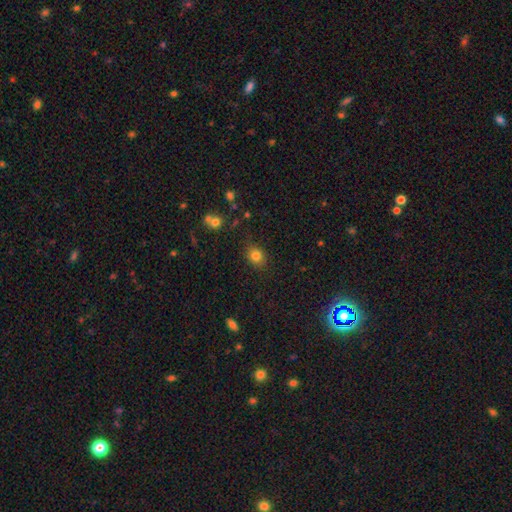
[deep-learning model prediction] A smooth galaxy with no disk features (80%) that is round (58%).

Vote fractions:
- Smooth or featured? smooth: 80% / star or artifact: 13% / featured or disk: 7%
- How rounded? round: 58% / in between: 41% / cigar-shaped: 1%
- Merging? none: 81% / minor disturbance: 13% / major disturbance: 3% / merger: 2%